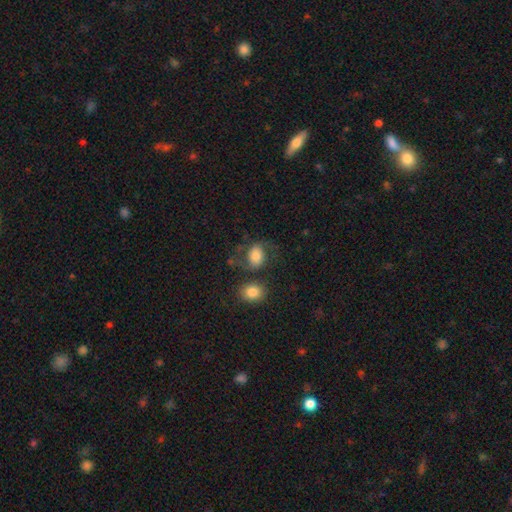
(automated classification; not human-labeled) smooth_or_featured: smooth (p=0.56) [alt: featured or disk p=0.34]
how_rounded: in between (p=0.54) [alt: round p=0.45]
merging: none (p=0.49) [alt: minor disturbance p=0.20]